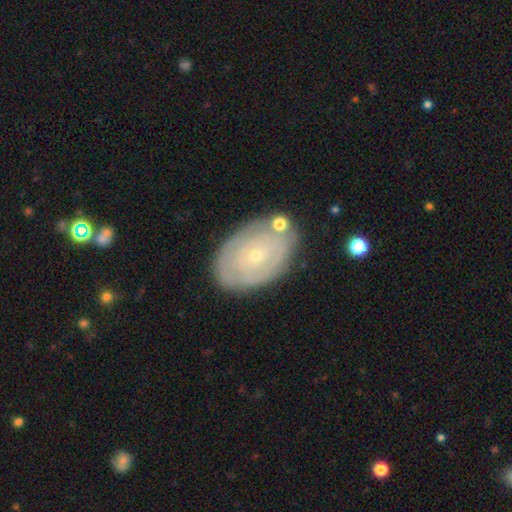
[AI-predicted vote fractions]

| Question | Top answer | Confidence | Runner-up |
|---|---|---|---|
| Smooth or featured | featured or disk | 66% | smooth (28%) |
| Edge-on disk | no | 94% | yes (6%) |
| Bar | no | 89% | weak (9%) |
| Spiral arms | yes | 52% | no (48%) |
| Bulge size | small | 82% | moderate (15%) |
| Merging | none | 72% | minor disturbance (18%) |